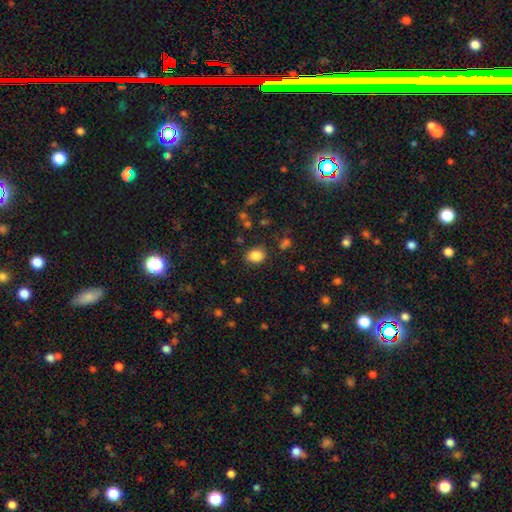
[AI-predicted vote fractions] This is clearly a smooth galaxy (85%). How rounded: likely in between (61%). Merging: clearly none (83%).